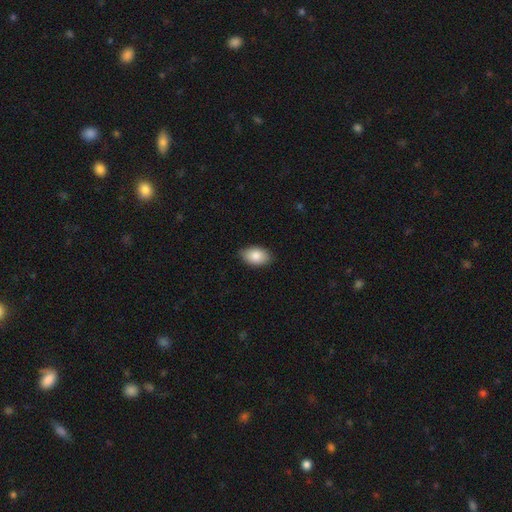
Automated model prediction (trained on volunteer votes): This appears to be a smooth galaxy with no disk features (87%) that is in between round and cigar-shaped (90%). Merging: none (84%).